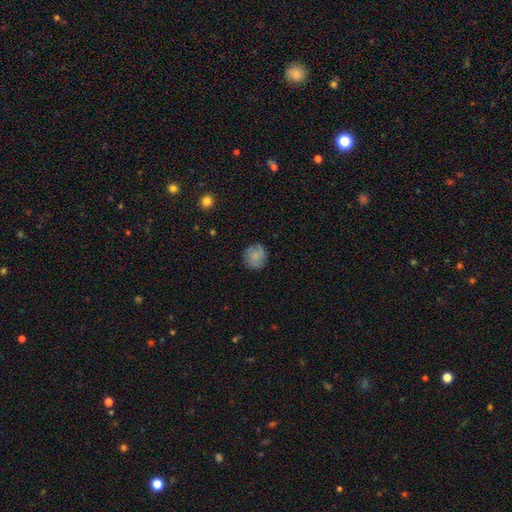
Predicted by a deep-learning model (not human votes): Morphology: type=smooth (70%); roundness=round (85%); merging=none (79%).